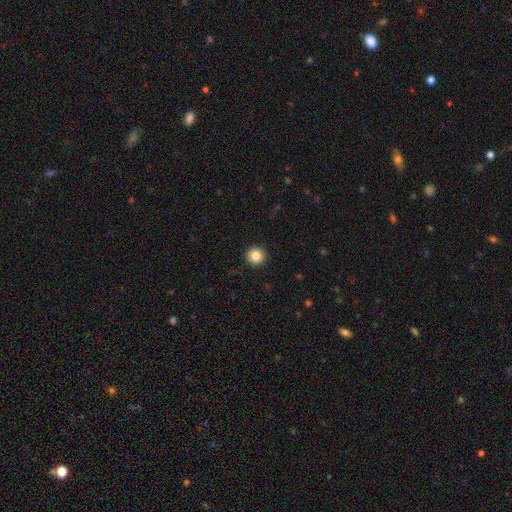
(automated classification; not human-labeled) Smooth or featured? smooth (85%)
How rounded? round (95%)
Merging? none (93%)